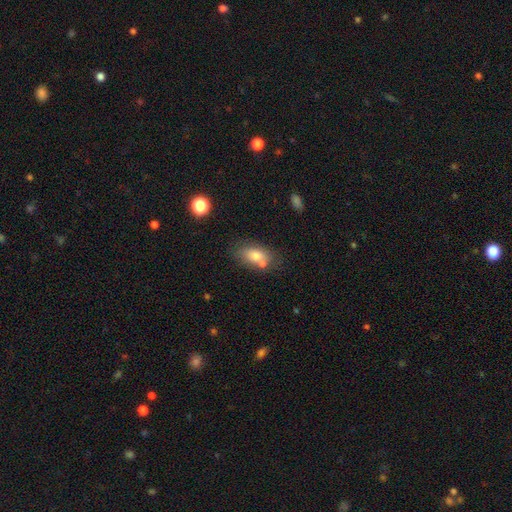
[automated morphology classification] Smooth or featured? Predicted: smooth (p=0.74). How rounded? Predicted: in between (p=0.85). Merging? Predicted: none (p=0.58).